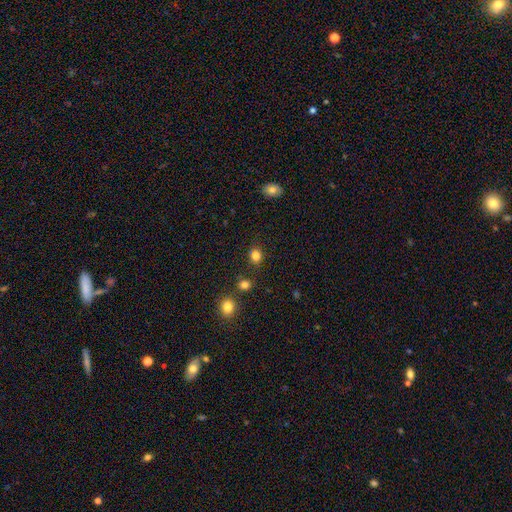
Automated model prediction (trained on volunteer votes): smooth-or-featured: smooth: 83% | star or artifact: 13% | featured or disk: 4%
  how-rounded: round: 64% | in between: 35% | cigar-shaped: 1%
  merging: none: 81% | minor disturbance: 11% | merger: 5% | major disturbance: 3%